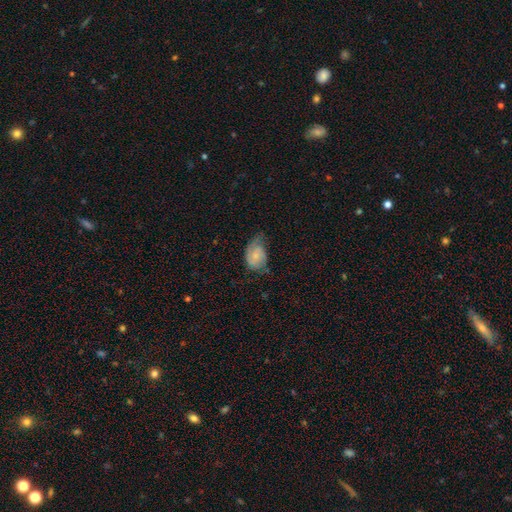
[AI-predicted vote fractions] smooth_or_featured: featured or disk (p=0.47) [alt: smooth p=0.46]
merging: minor disturbance (p=0.39) [alt: none p=0.38]